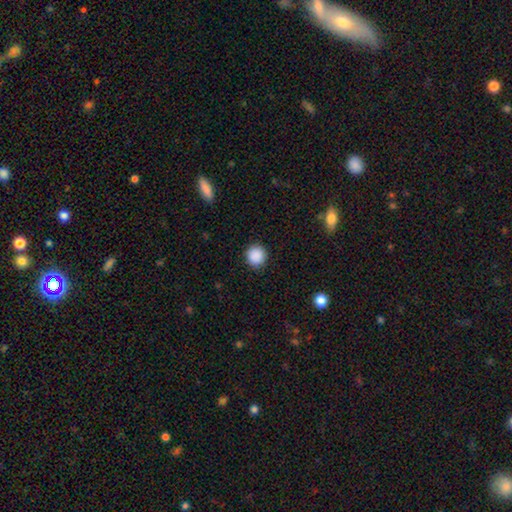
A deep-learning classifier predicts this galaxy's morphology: A smooth galaxy with no disk features (89%) that is round (93%). Merging: none (90%).